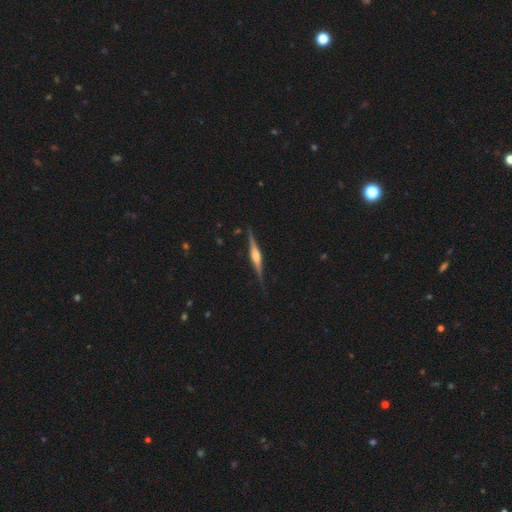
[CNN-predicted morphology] Smooth or featured: featured or disk — 82% (smooth — 13%)
Edge-on disk: yes — 98% (no — 2%)
Edge-on bulge: rounded — 76% (boxy — 20%)
Merging: none — 88% (minor disturbance — 9%)